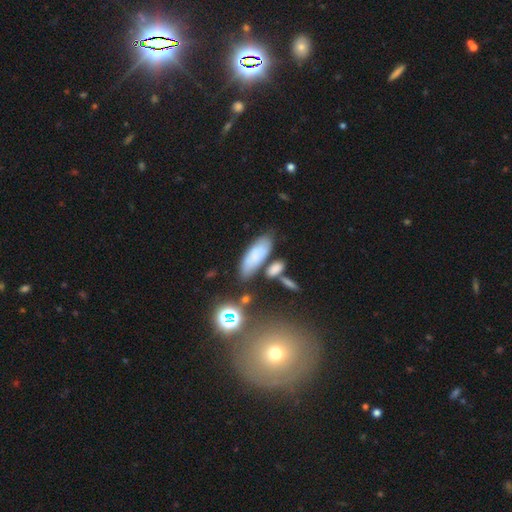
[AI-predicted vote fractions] Smooth or featured? smooth (72%)
How rounded? in between (70%)
Merging? none (70%)